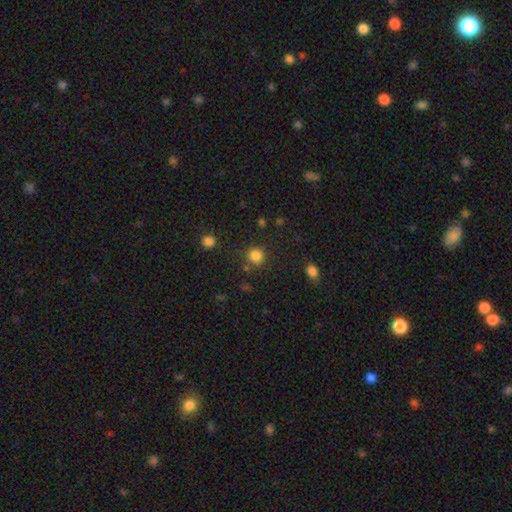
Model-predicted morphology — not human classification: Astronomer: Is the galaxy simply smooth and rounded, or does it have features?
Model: smooth — 83%.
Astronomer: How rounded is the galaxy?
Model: round — 86%.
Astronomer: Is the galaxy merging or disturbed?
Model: none — 78%.